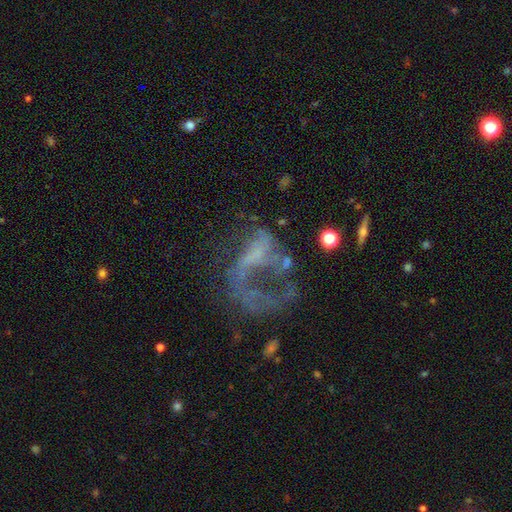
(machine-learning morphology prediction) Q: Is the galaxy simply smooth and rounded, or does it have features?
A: featured or disk — 70%.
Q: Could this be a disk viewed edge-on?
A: no — 97%.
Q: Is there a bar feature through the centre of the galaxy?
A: no — 70%.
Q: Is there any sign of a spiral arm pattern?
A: no — 50%, tied with yes.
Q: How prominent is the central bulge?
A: none — 69%.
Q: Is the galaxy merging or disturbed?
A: major disturbance — 52%.